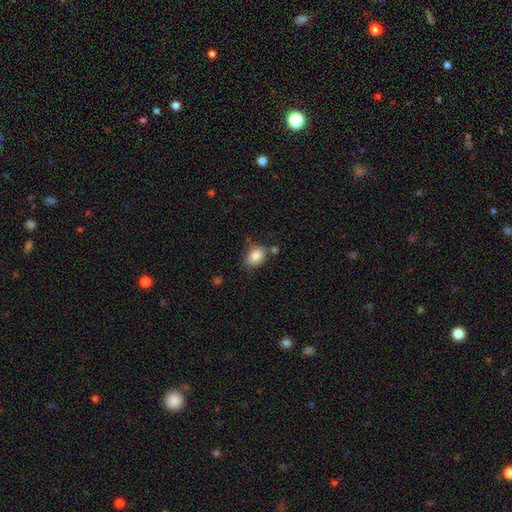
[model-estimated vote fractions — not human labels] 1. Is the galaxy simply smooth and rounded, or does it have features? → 83% smooth, 9% star or artifact, 8% featured or disk.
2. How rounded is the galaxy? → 67% in between, 32% round, 1% cigar-shaped.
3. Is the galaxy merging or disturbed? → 71% none, 18% minor disturbance, 8% merger, 4% major disturbance.